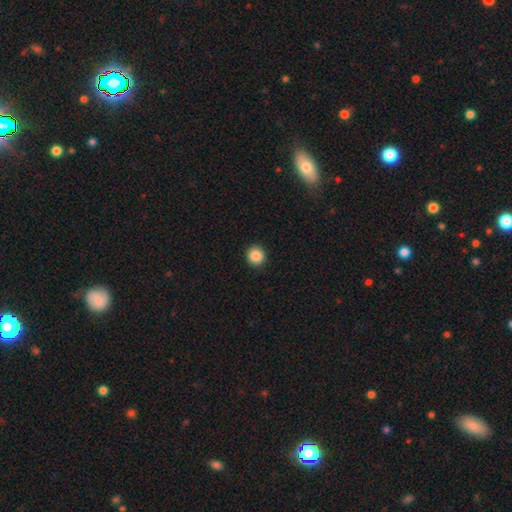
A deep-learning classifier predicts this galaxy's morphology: smooth-or-featured: smooth: 87% | star or artifact: 9% | featured or disk: 4%
  how-rounded: round: 92% | in between: 7% | cigar-shaped: 1%
  merging: none: 93% | minor disturbance: 5% | major disturbance: 2% | merger: 1%